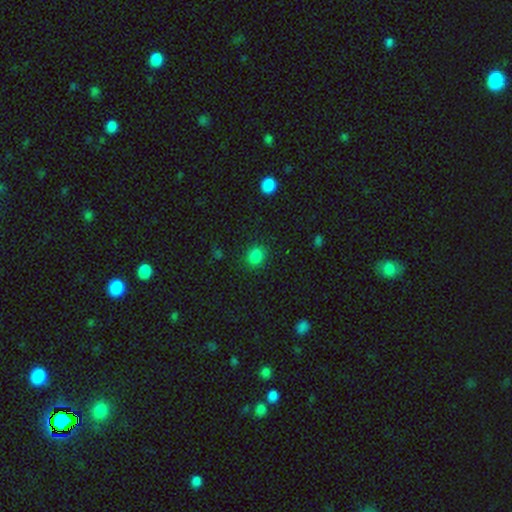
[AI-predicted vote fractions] Smooth or featured? smooth (84%)
How rounded? round (67%)
Merging? none (87%)